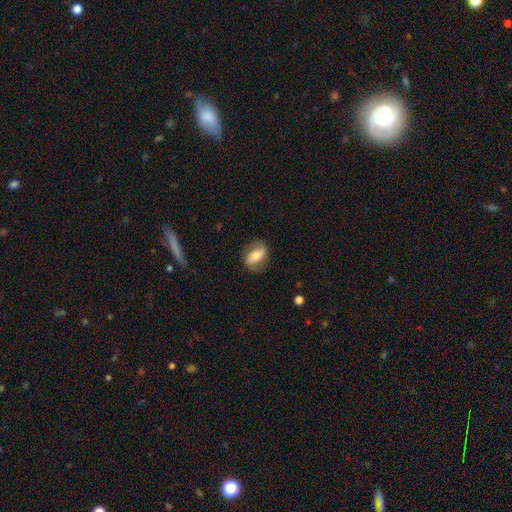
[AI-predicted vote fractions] Morphology: type=smooth (50%); merging=none (78%).